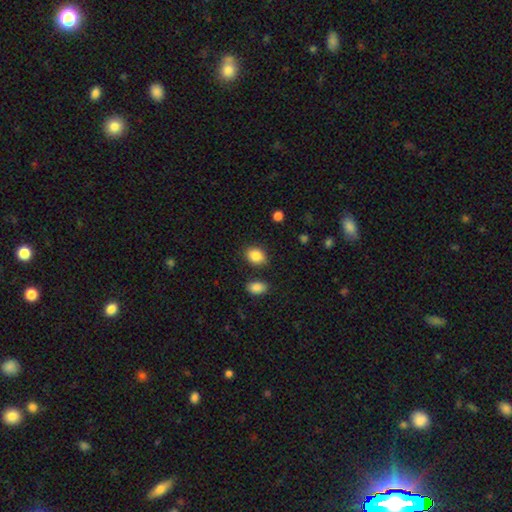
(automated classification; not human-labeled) Q: Smooth or featured?
A: smooth (86%); runner-up: star or artifact (8%)
Q: How rounded?
A: in between (66%); runner-up: round (33%)
Q: Merging?
A: none (80%); runner-up: minor disturbance (12%)